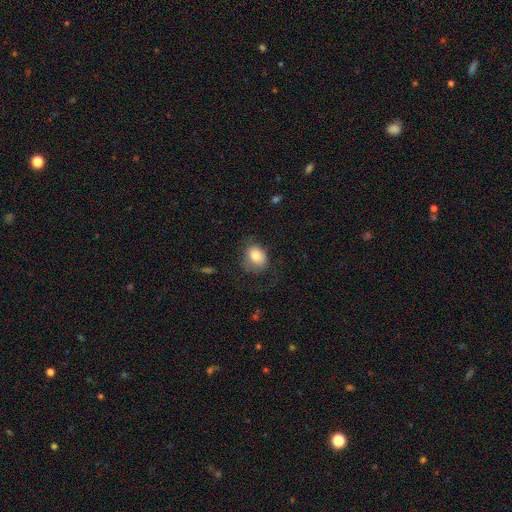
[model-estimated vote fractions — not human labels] This is likely a smooth galaxy (78%). How rounded: possibly round (55%). Merging: likely none (63%).